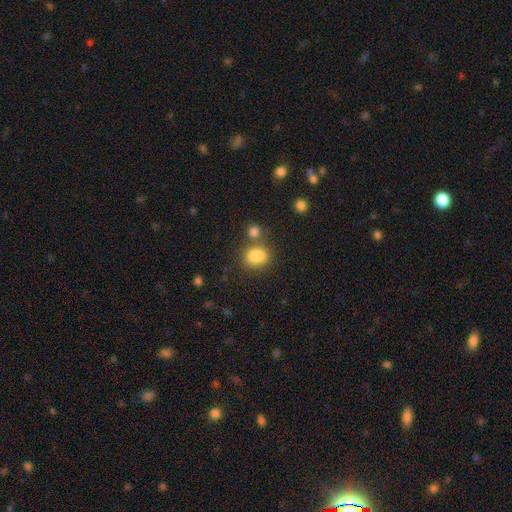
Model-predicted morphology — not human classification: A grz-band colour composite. It shows a smooth galaxy with no disk features (81%) that is in between round and cigar-shaped (50%). Merging: none (49%).